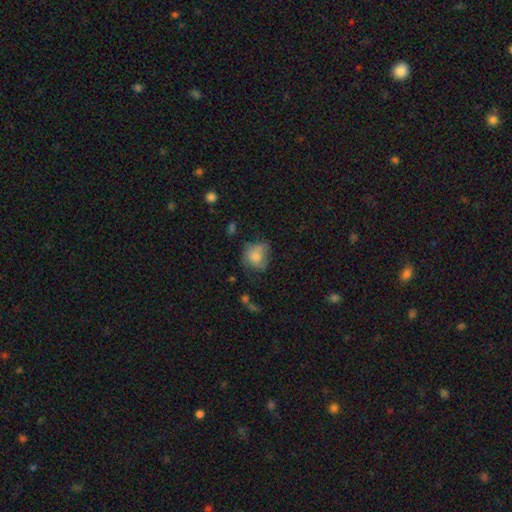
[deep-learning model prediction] A smooth galaxy with no disk features (72%) that is round (64%). Merging: none (43%).